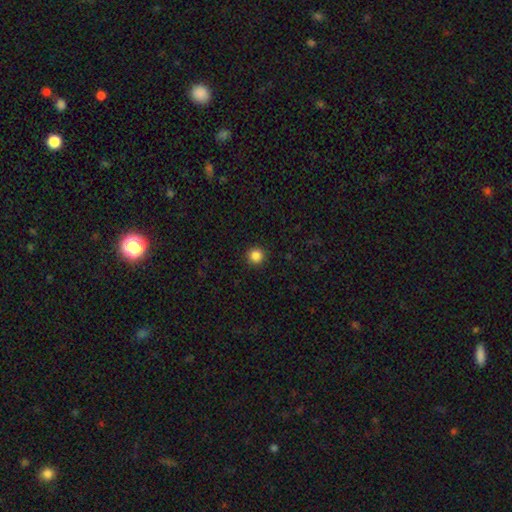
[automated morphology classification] Smooth or featured?
  - smooth: 85% *
  - star or artifact: 11%
  - featured or disk: 4%
How rounded?
  - round: 96% *
  - in between: 3%
  - cigar-shaped: 1%
Merging?
  - none: 93% *
  - minor disturbance: 4%
  - major disturbance: 2%
  - merger: 1%